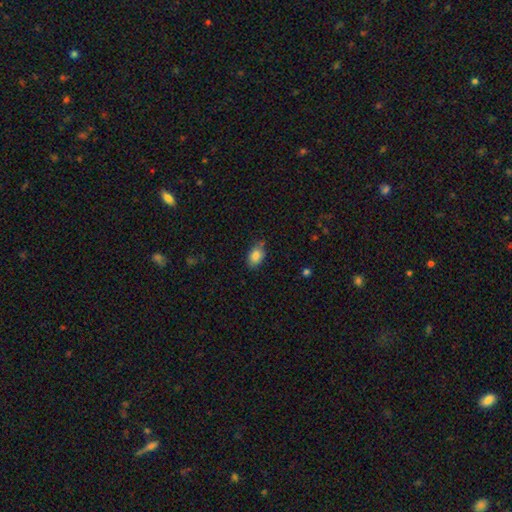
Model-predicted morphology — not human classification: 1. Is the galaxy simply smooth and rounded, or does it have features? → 85% smooth, 8% star or artifact, 7% featured or disk.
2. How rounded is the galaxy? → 84% in between, 14% round, 1% cigar-shaped.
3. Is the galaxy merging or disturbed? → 71% none, 21% minor disturbance, 4% merger, 4% major disturbance.